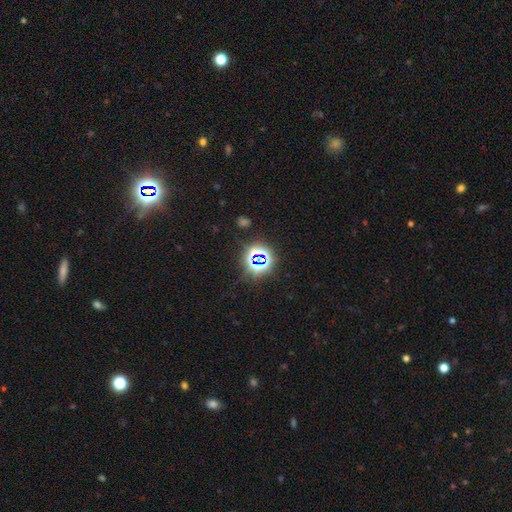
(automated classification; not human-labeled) smooth_or_featured: star or artifact (p=0.76) [alt: smooth p=0.16]